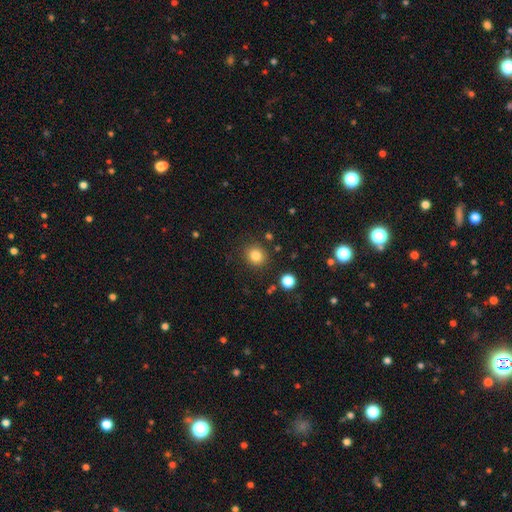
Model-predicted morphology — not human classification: The model was most divided on "how rounded": round: 83%, in between: 16%, cigar-shaped: 1%. More confident: merging — none (86%); smooth or featured — smooth (82%).